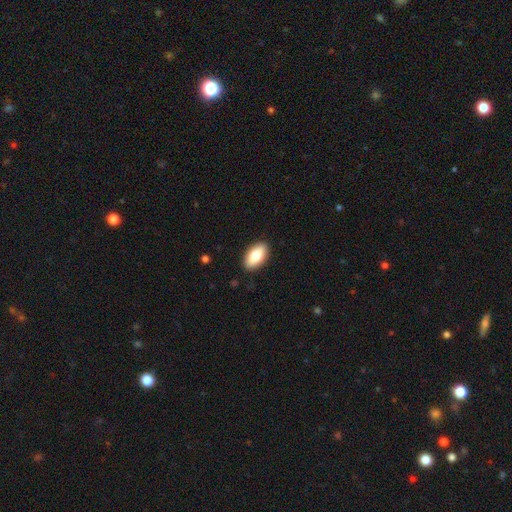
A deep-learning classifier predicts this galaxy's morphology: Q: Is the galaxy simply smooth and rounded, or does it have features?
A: smooth — 80%.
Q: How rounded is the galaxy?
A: in between — 92%.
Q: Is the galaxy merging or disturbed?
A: none — 89%.